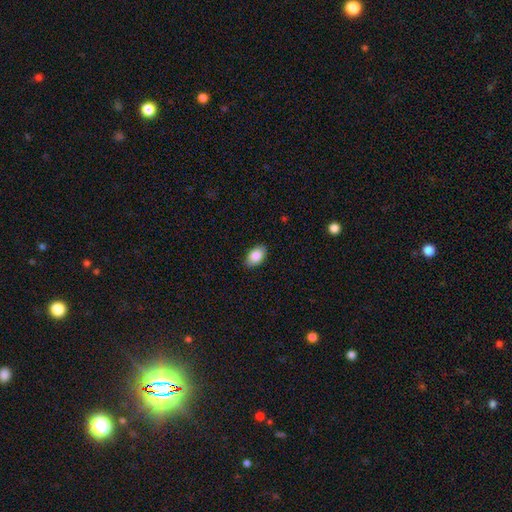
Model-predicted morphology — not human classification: smooth-or-featured: smooth: 87% | star or artifact: 7% | featured or disk: 6%
  how-rounded: in between: 92% | round: 7% | cigar-shaped: 1%
  merging: none: 88% | minor disturbance: 9% | major disturbance: 2% | merger: 1%